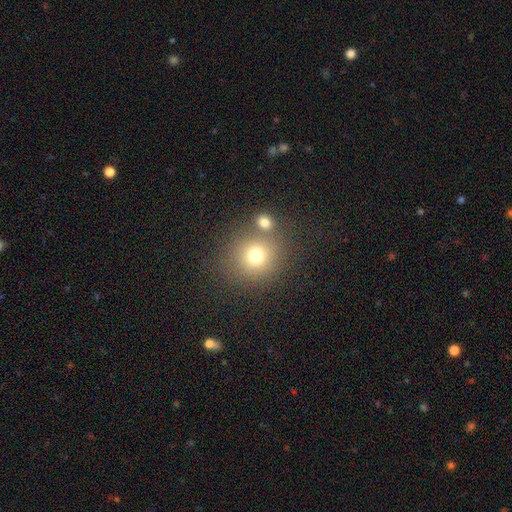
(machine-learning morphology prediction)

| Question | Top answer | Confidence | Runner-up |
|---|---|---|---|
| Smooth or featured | smooth | 74% | star or artifact (15%) |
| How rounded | round | 87% | in between (12%) |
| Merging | none | 66% | merger (19%) |